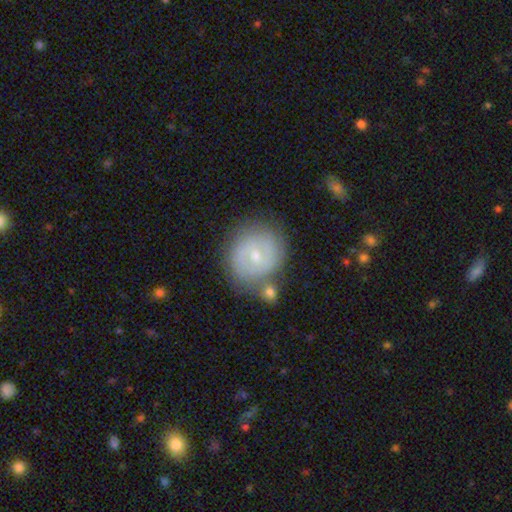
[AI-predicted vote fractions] The model was most divided on "bar": no: 49%, weak: 43%, strong: 8%. More confident: edge-on disk — no (97%); spiral arms — yes (78%); merging — none (73%); bulge size — small (62%); smooth or featured — featured or disk (61%).